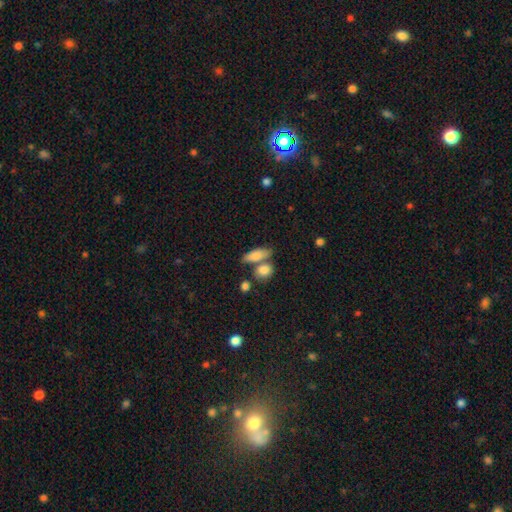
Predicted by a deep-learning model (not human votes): Overall: smooth (81%). How rounded: in between (70%). Merging: none (51%; merger 31%).